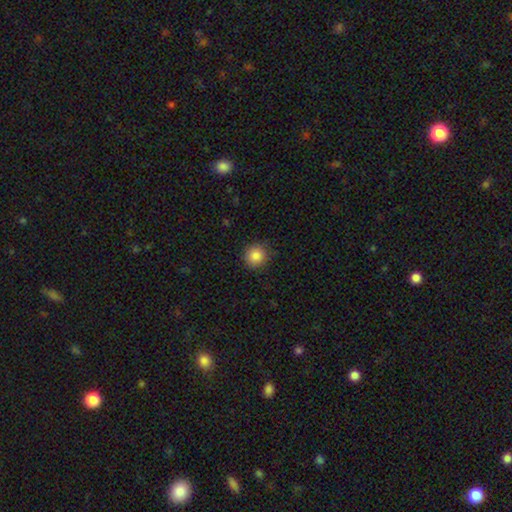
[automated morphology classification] Smooth or featured?
  - smooth: 87% *
  - star or artifact: 9%
  - featured or disk: 4%
How rounded?
  - round: 93% *
  - in between: 6%
  - cigar-shaped: 1%
Merging?
  - none: 89% *
  - minor disturbance: 8%
  - major disturbance: 2%
  - merger: 1%